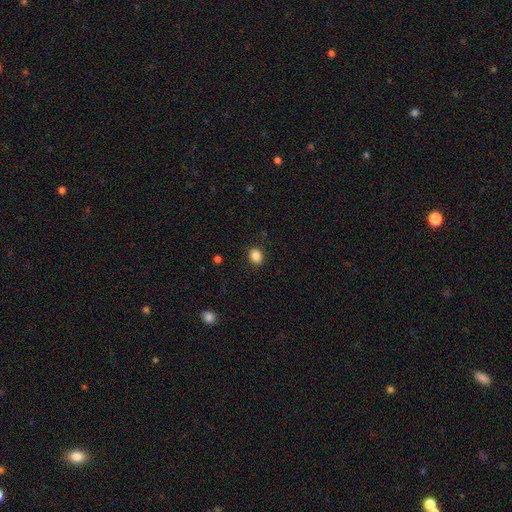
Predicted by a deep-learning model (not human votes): smooth 86%, star or artifact 10%, featured or disk 4%. Down the decision tree: how rounded — round (55%); merging — none (90%).